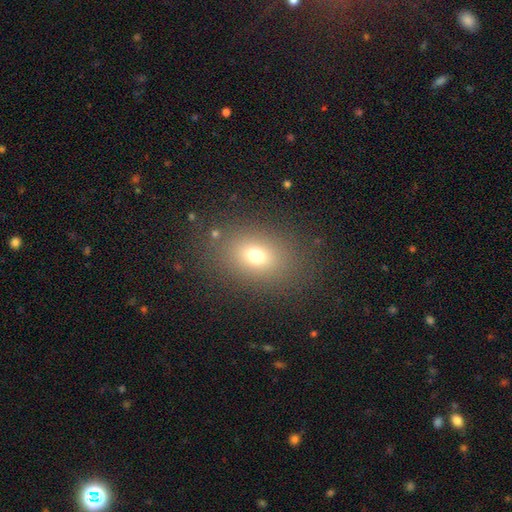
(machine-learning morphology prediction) Smooth or featured? smooth (70%)
How rounded? in between (68%)
Merging? none (84%)